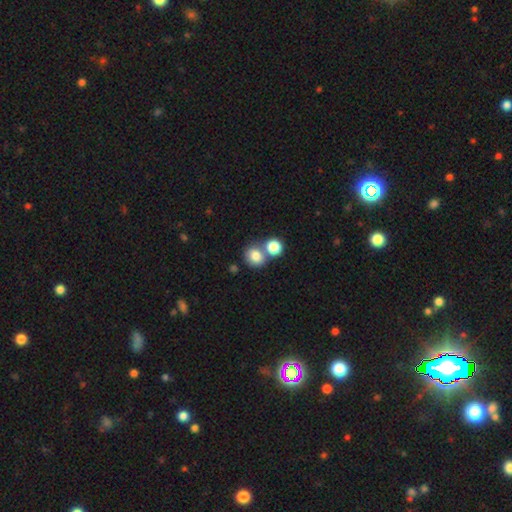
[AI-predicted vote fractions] Smooth or featured: smooth — 81% (star or artifact — 11%)
How rounded: round — 74% (in between — 25%)
Merging: none — 48% (merger — 41%)